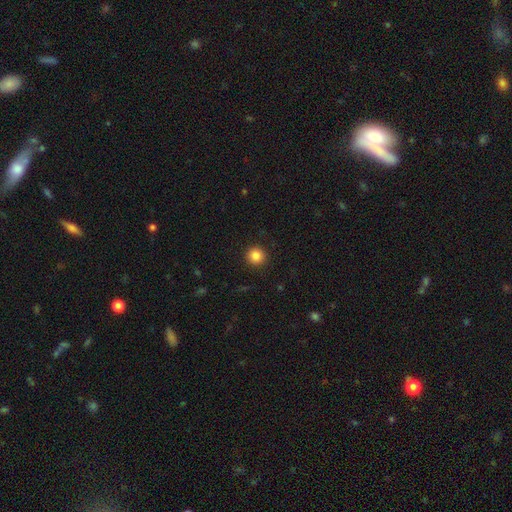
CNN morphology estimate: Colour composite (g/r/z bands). It shows a smooth galaxy with no disk features (85%) that is round (95%). Merging: none (92%).